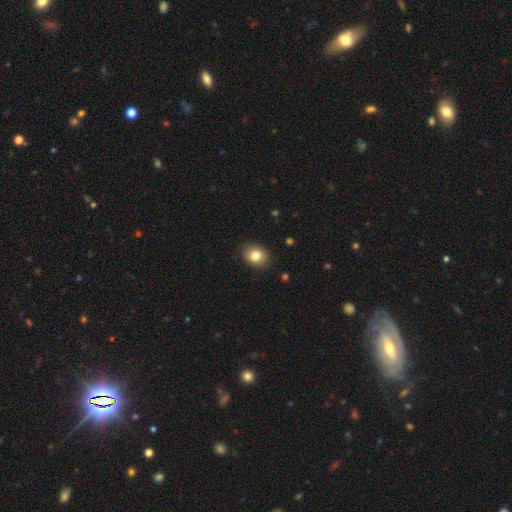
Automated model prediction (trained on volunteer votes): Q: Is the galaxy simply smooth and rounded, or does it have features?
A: smooth — 82%.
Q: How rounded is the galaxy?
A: round — 57%.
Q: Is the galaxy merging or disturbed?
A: none — 89%.